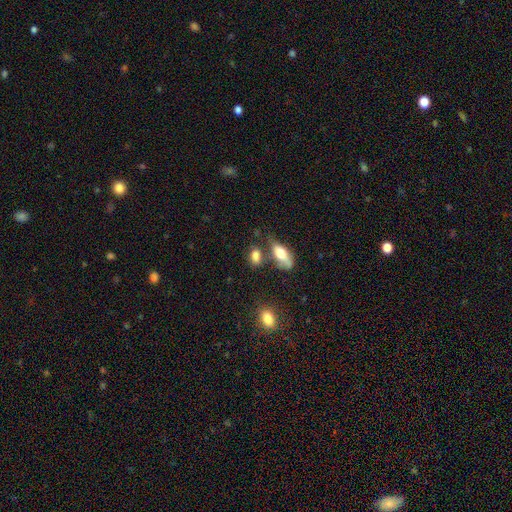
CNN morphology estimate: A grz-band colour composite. It shows a smooth galaxy with no disk features (78%) that is in between round and cigar-shaped (80%). Merging: none (52%).